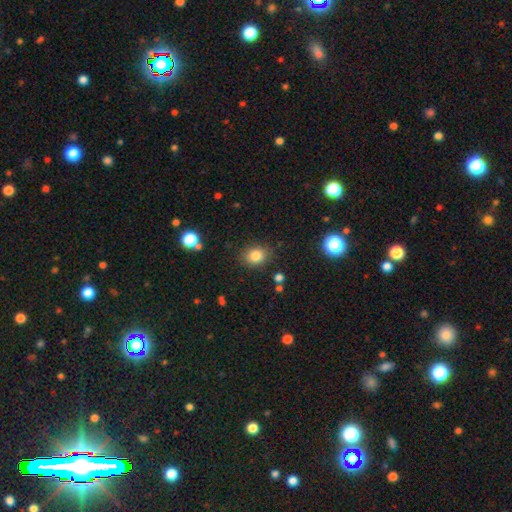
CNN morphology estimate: Overall: smooth (82%). How rounded: round (54%; in between 45%). Merging: none (84%).